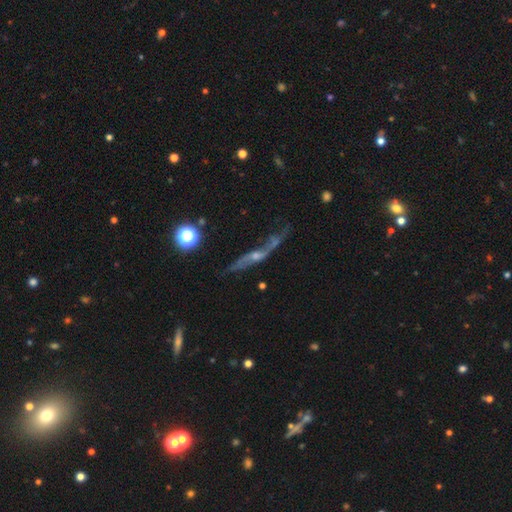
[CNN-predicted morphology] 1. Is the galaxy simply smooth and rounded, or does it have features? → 71% featured or disk, 15% smooth, 14% star or artifact.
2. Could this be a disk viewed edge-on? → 57% yes, 43% no.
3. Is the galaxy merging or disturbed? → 52% none, 21% minor disturbance, 18% major disturbance, 10% merger.